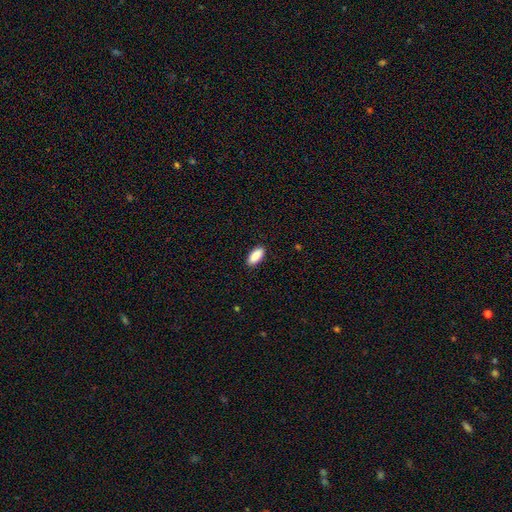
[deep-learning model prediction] Smooth or featured? smooth (90%)
How rounded? in between (88%)
Merging? none (89%)